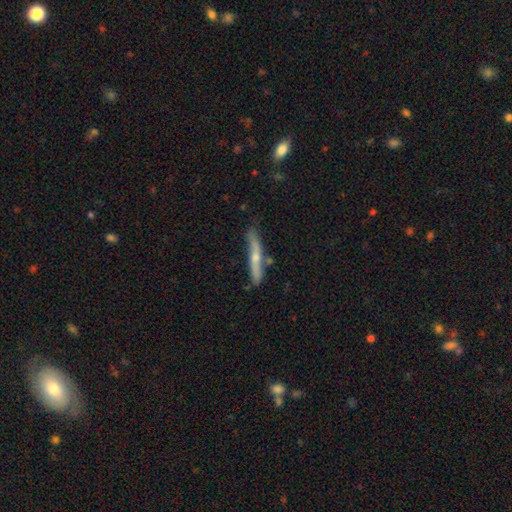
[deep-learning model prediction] Q: Smooth or featured?
A: featured or disk (55%); runner-up: smooth (39%)
Q: Edge-on disk?
A: yes (88%); runner-up: no (12%)
Q: Merging?
A: none (73%); runner-up: minor disturbance (19%)